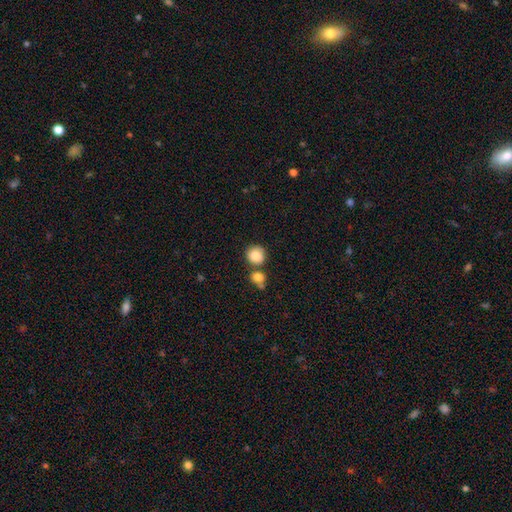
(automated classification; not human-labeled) Q: Smooth or featured?
A: smooth (86%); runner-up: star or artifact (8%)
Q: How rounded?
A: round (89%); runner-up: in between (10%)
Q: Merging?
A: none (65%); runner-up: merger (22%)